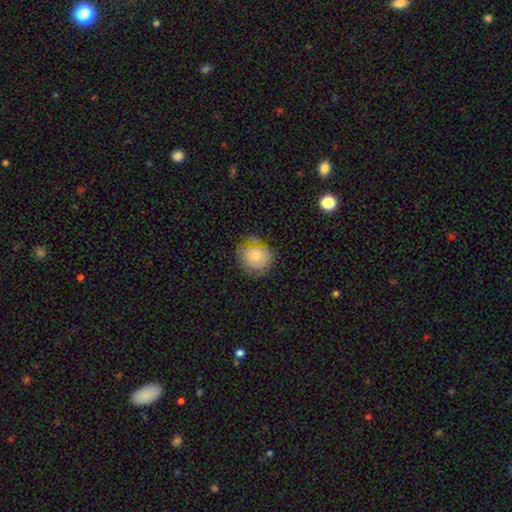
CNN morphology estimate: Smooth or featured?
  - smooth: 75% *
  - featured or disk: 17%
  - star or artifact: 8%
How rounded?
  - round: 77% *
  - in between: 22%
  - cigar-shaped: 1%
Merging?
  - none: 61% *
  - minor disturbance: 25%
  - major disturbance: 8%
  - merger: 7%